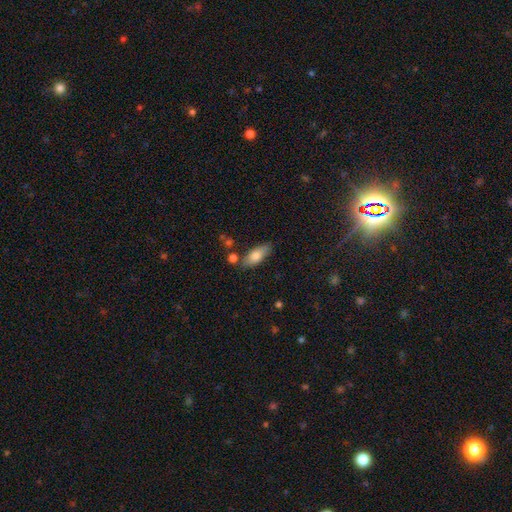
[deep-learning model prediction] Morphology: type=smooth (76%); roundness=in between (75%); merging=none (74%).